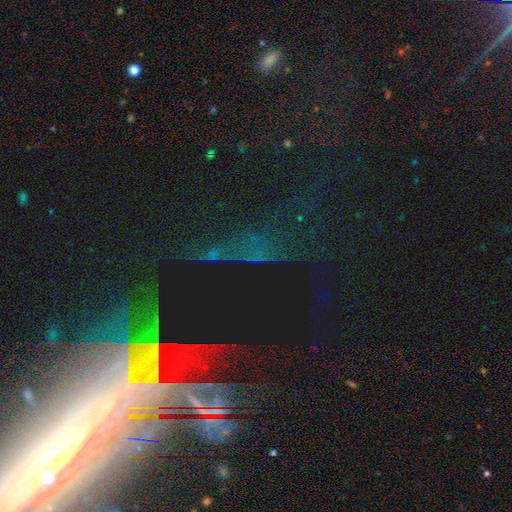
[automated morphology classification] Overall: star or artifact (53%; featured or disk 33%).